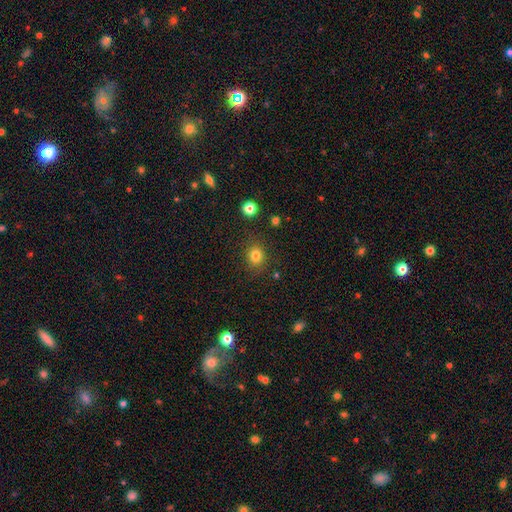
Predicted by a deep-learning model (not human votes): The model was most divided on "how rounded": round: 73%, in between: 27%, cigar-shaped: 1%. More confident: merging — none (85%); smooth or featured — smooth (81%).